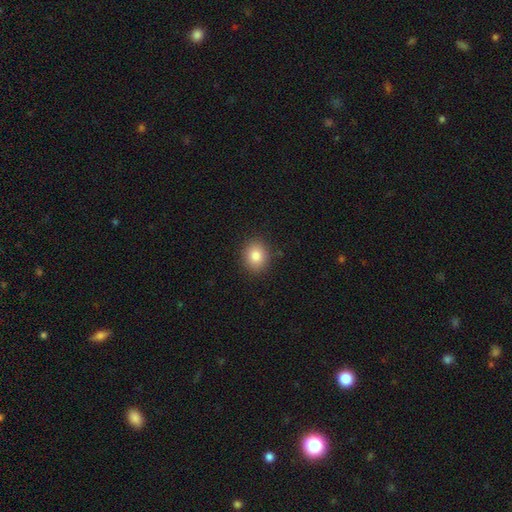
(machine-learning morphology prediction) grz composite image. It shows a smooth galaxy with no disk features (84%) that is round (65%). Merging: none (89%).